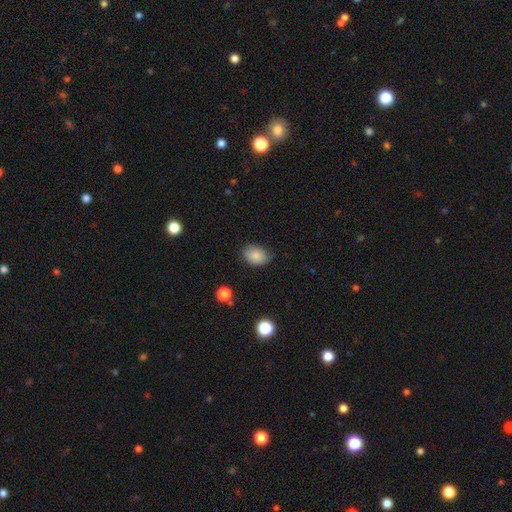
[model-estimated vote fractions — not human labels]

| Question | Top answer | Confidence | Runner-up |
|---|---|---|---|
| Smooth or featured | smooth | 85% | star or artifact (8%) |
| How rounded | in between | 79% | round (20%) |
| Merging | none | 70% | minor disturbance (24%) |